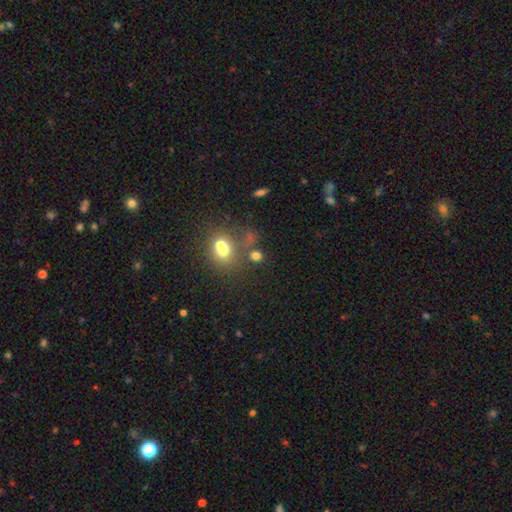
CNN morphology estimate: Smooth or featured?
  - smooth: 69% *
  - star or artifact: 19%
  - featured or disk: 12%
How rounded?
  - round: 72% *
  - in between: 26%
  - cigar-shaped: 2%
Merging?
  - none: 50% *
  - merger: 33%
  - minor disturbance: 10%
  - major disturbance: 8%